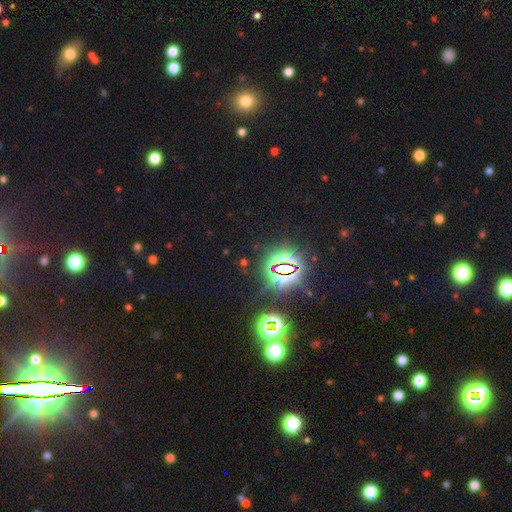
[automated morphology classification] Smooth or featured?
  - star or artifact: 82% *
  - smooth: 11%
  - featured or disk: 7%